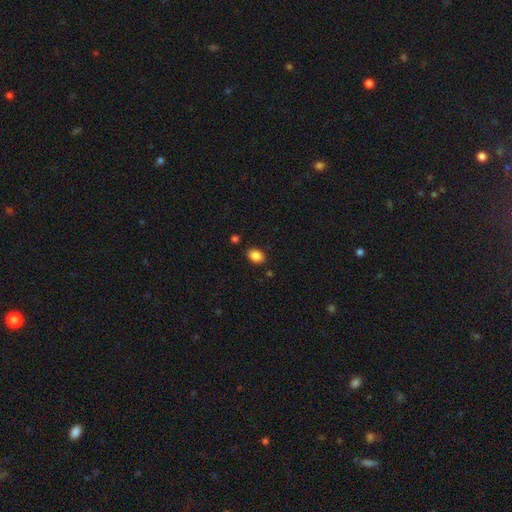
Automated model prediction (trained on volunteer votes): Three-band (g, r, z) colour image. It shows a smooth galaxy with no disk features (87%) that is in between round and cigar-shaped (77%). Merging: none (86%).